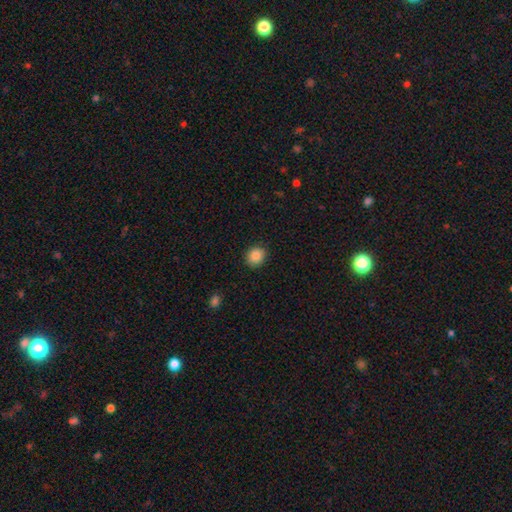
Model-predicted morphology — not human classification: A smooth galaxy with no disk features (87%) that is round (73%). Merging: none (89%).